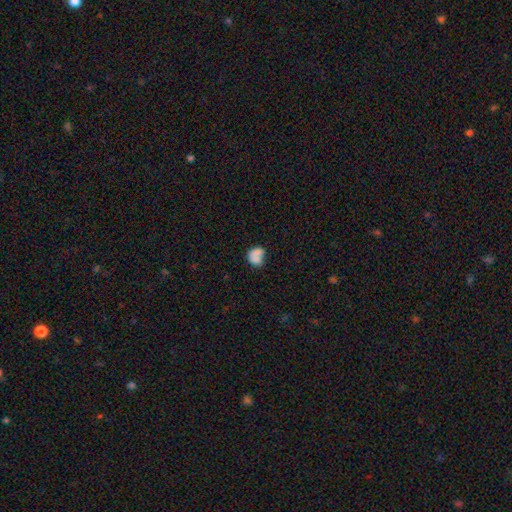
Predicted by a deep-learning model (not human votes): smooth 67%, featured or disk 23%, star or artifact 10%. Down the decision tree: how rounded — round (52%); merging — none (39%).